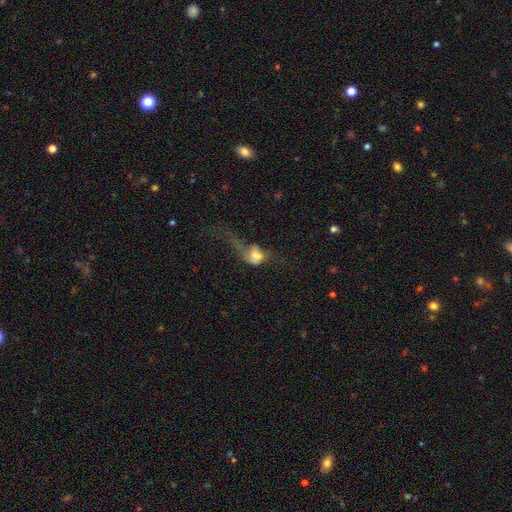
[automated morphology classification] smooth-or-featured: smooth: 52% | featured or disk: 35% | star or artifact: 13%
  how-rounded: in between: 64% | round: 32% | cigar-shaped: 4%
  merging: major disturbance: 52% | merger: 21% | none: 15% | minor disturbance: 12%